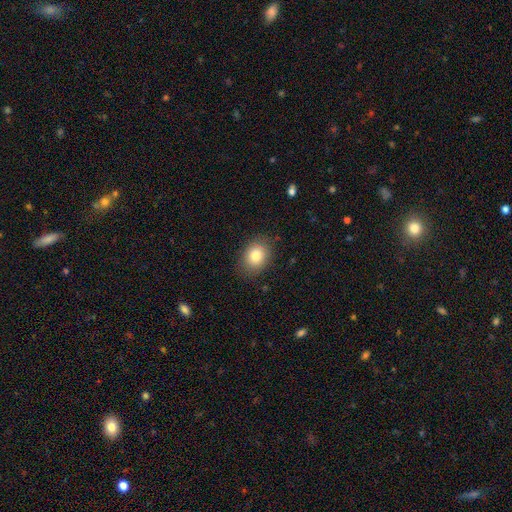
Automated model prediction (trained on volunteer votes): Smooth or featured? smooth (81%)
How rounded? in between (55%)
Merging? none (85%)